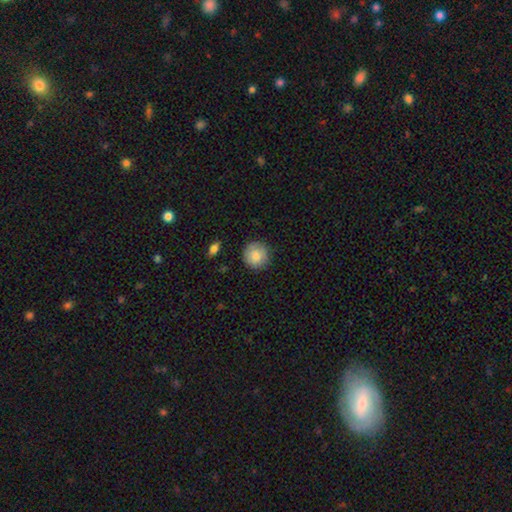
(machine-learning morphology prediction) Smooth or featured: smooth — 83% (featured or disk — 10%)
How rounded: round — 94% (in between — 5%)
Merging: none — 85% (minor disturbance — 11%)